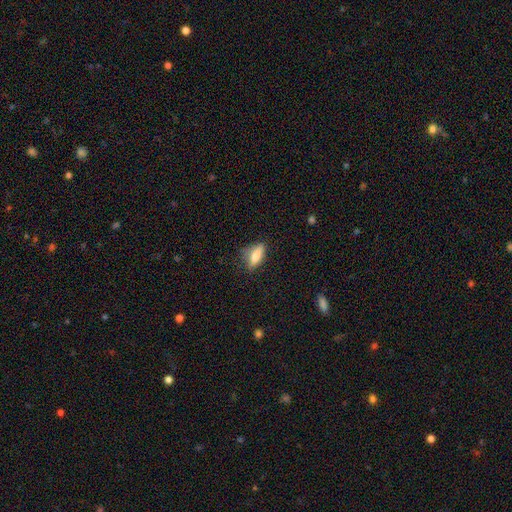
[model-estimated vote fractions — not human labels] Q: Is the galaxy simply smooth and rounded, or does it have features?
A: smooth — 73%.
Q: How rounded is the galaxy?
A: in between — 66%.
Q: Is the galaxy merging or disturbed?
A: none — 68%.